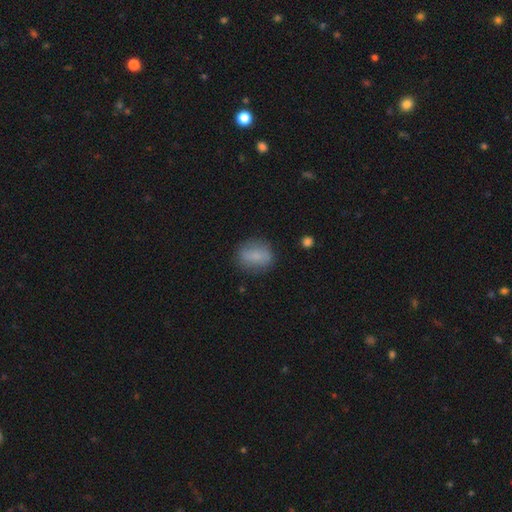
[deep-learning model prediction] A smooth galaxy with no disk features (78%) that is in between round and cigar-shaped (54%).

Vote fractions:
- Smooth or featured? smooth: 78% / featured or disk: 14% / star or artifact: 8%
- How rounded? in between: 54% / round: 43% / cigar-shaped: 3%
- Merging? none: 79% / minor disturbance: 15% / major disturbance: 5% / merger: 2%